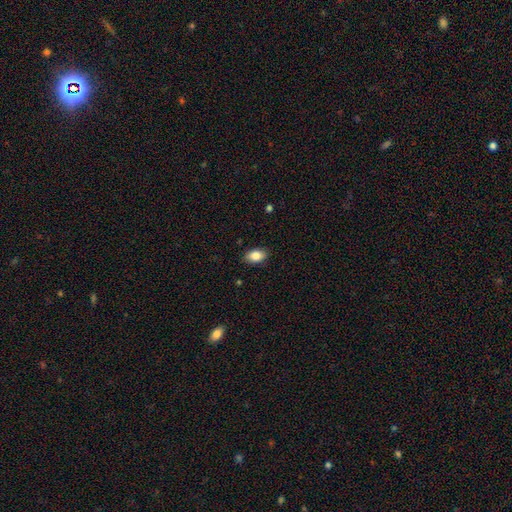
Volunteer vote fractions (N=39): Q: Smooth or featured?
A: smooth (90%); runner-up: star or artifact (8%)
Q: How rounded?
A: in between (89%); runner-up: round (9%)
Q: Merging?
A: none (81%); runner-up: minor disturbance (17%)